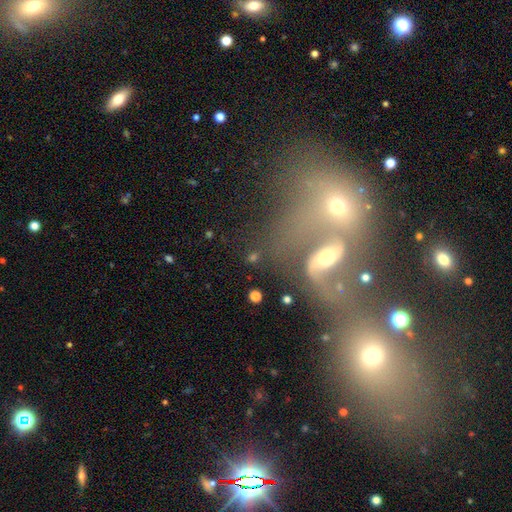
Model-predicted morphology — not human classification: Overall: featured or disk (54%; smooth 31%). Edge-on disk: no (91%). Merging: merger (39%; none 34%).